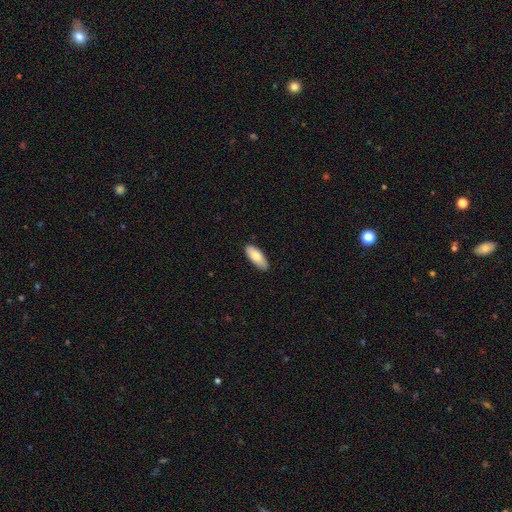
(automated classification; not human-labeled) This appears to be a smooth galaxy with no disk features (79%) that is in between round and cigar-shaped (83%). Merging: none (87%).